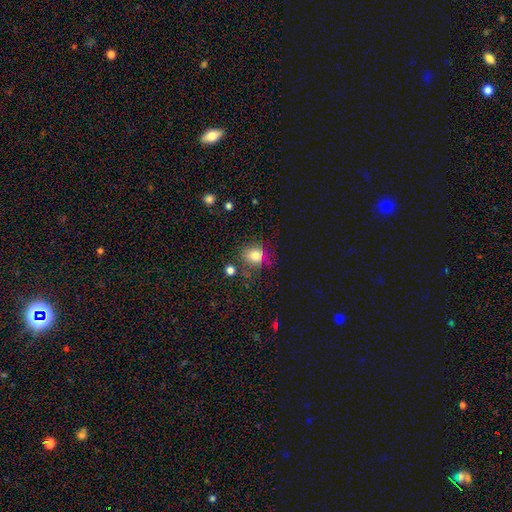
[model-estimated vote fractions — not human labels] smooth-or-featured: smooth: 79% | star or artifact: 14% | featured or disk: 7%
  how-rounded: round: 76% | in between: 23% | cigar-shaped: 1%
  merging: none: 72% | minor disturbance: 17% | merger: 6% | major disturbance: 6%